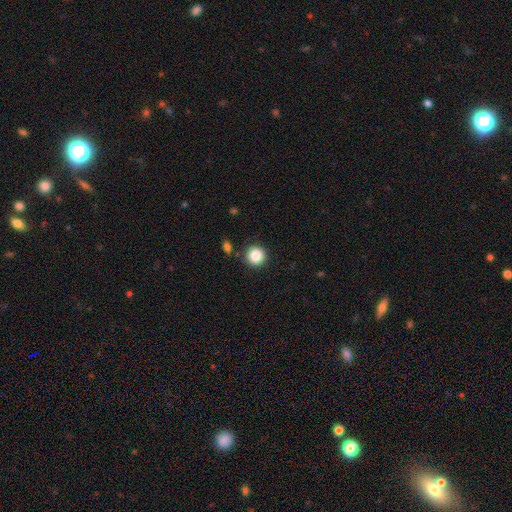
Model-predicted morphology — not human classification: Smooth or featured: smooth — 86% (star or artifact — 10%)
How rounded: round — 94% (in between — 5%)
Merging: none — 88% (minor disturbance — 7%)